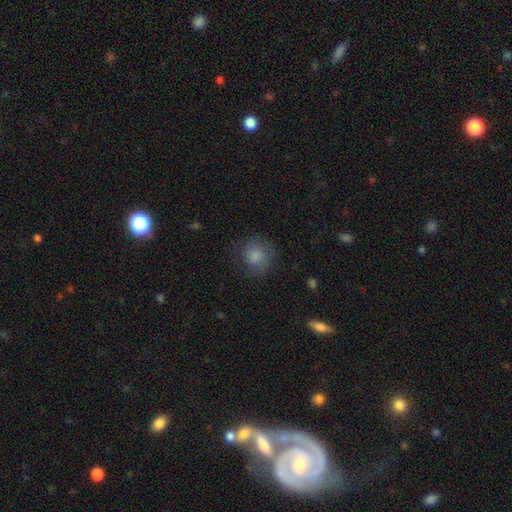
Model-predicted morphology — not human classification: This appears to be a smooth galaxy with no disk features (75%) that is round (83%). Merging: none (71%).